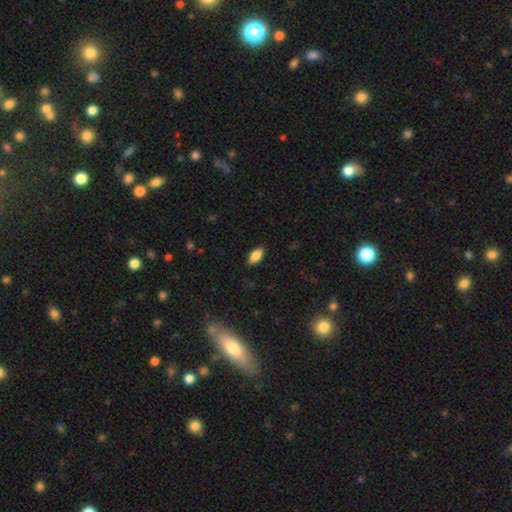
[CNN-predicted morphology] smooth 86%, star or artifact 7%, featured or disk 7%. Down the decision tree: how rounded — in between (89%); merging — none (88%).